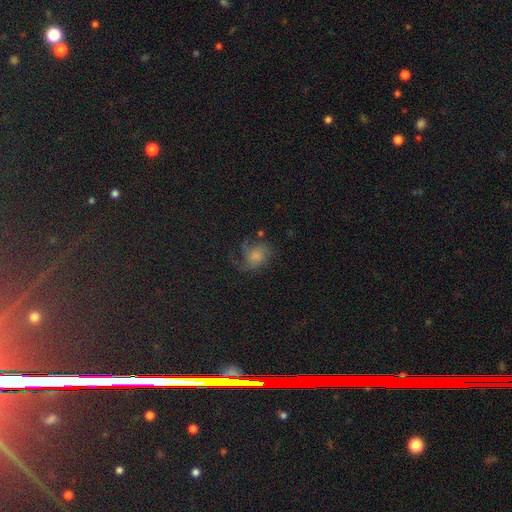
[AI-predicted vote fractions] Q: Smooth or featured?
A: featured or disk (45%); runner-up: smooth (41%)
Q: Merging?
A: none (46%); runner-up: major disturbance (30%)